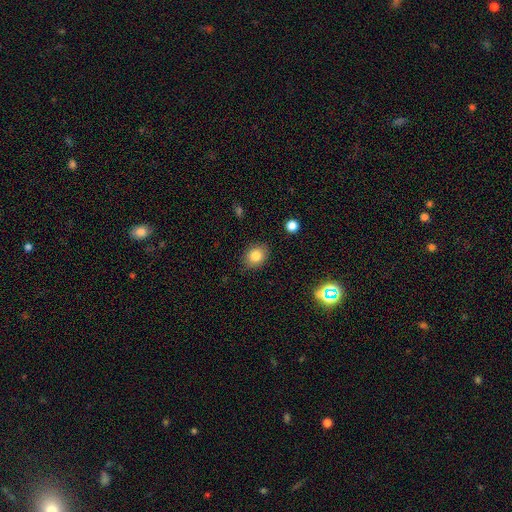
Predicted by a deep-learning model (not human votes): Smooth or featured: smooth — 82% (star or artifact — 10%)
How rounded: in between — 54% (round — 45%)
Merging: none — 86% (minor disturbance — 10%)